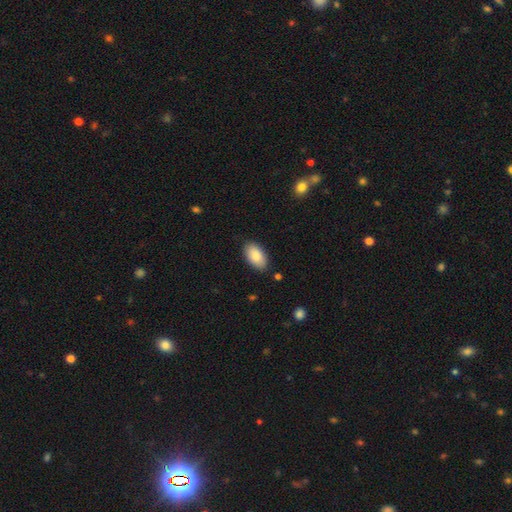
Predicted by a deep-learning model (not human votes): Smooth or featured: smooth — 87% (featured or disk — 7%)
How rounded: in between — 95% (round — 3%)
Merging: none — 86% (minor disturbance — 11%)